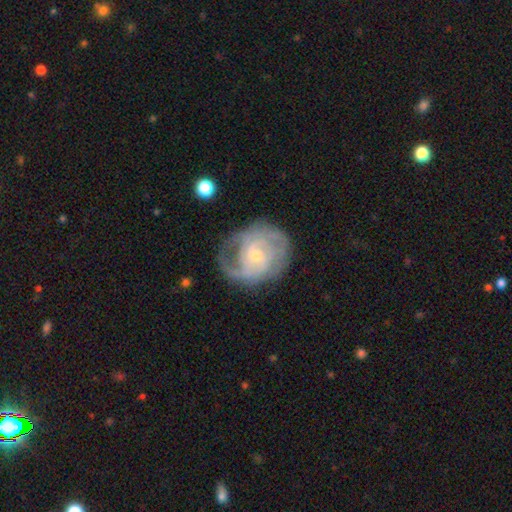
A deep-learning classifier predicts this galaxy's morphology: smooth_or_featured: featured or disk (p=0.83) [alt: smooth p=0.11]
disk_edge_on: no (p=0.98) [alt: yes p=0.02]
bar: no (p=0.61) [alt: weak p=0.33]
has_spiral_arms: yes (p=0.93) [alt: no p=0.07]
spiral_winding: tight (p=0.48) [alt: medium p=0.39]
spiral_arm_count: 2 (p=0.38) [alt: can't tell p=0.27]
bulge_size: small (p=0.72) [alt: moderate p=0.24]
merging: none (p=0.62) [alt: minor disturbance p=0.21]